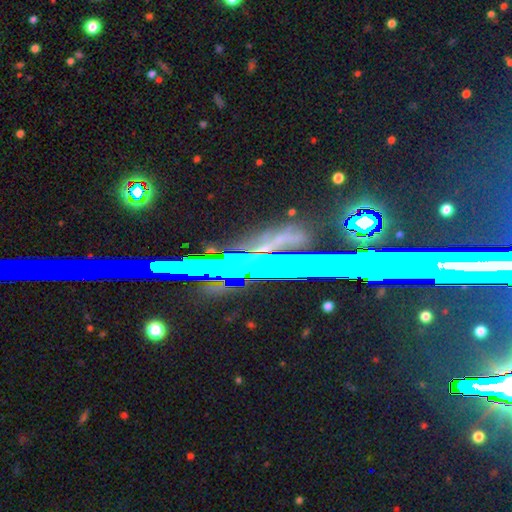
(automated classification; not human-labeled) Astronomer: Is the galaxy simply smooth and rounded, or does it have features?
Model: star or artifact — 67%.